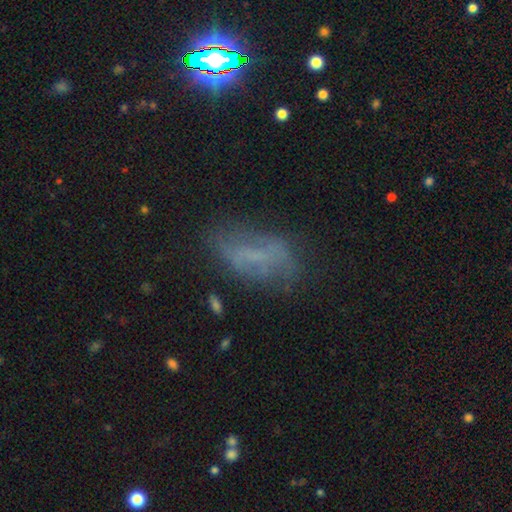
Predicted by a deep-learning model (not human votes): Smooth or featured? Predicted: smooth (p=0.41). Merging? Predicted: none (p=0.56).